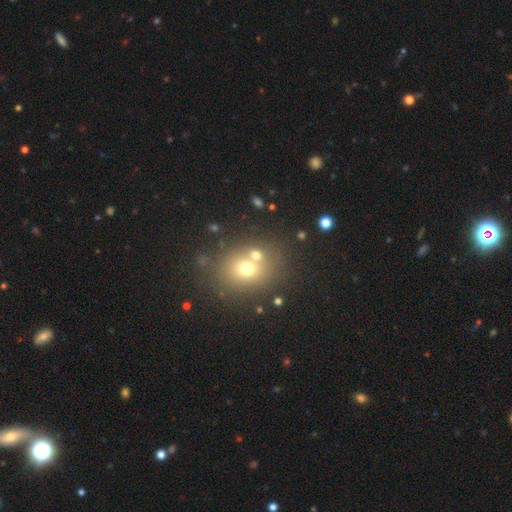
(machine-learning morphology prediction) smooth_or_featured: smooth (p=0.65) [alt: star or artifact p=0.17]
how_rounded: round (p=0.62) [alt: in between p=0.37]
merging: none (p=0.58) [alt: merger p=0.28]